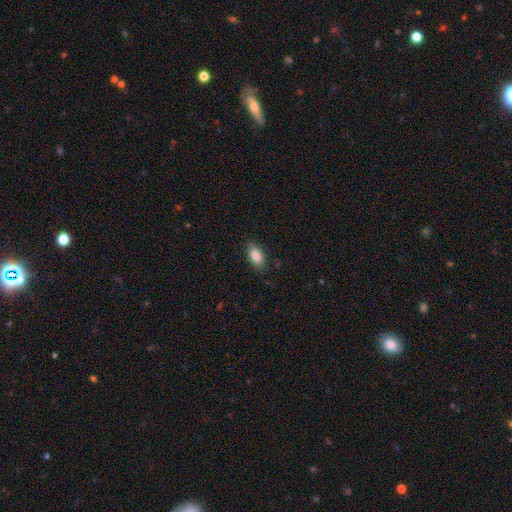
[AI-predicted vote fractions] Smooth or featured?
  - smooth: 86% *
  - star or artifact: 7%
  - featured or disk: 7%
How rounded?
  - in between: 90% *
  - cigar-shaped: 6%
  - round: 4%
Merging?
  - none: 84% *
  - minor disturbance: 12%
  - major disturbance: 3%
  - merger: 1%